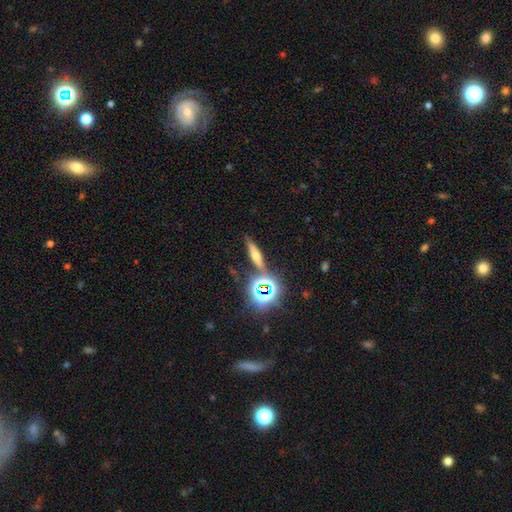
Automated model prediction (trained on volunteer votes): Morphology: type=featured or disk (39%); merging=none (80%).